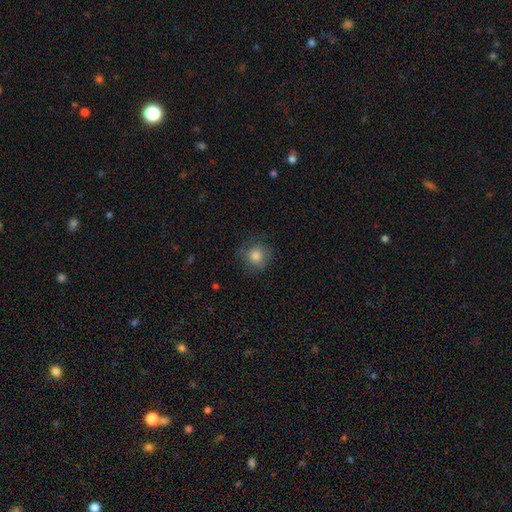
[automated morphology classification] The model was most divided on "merging": none: 75%, minor disturbance: 17%, major disturbance: 7%, merger: 1%. More confident: how rounded — round (88%); smooth or featured — smooth (82%).